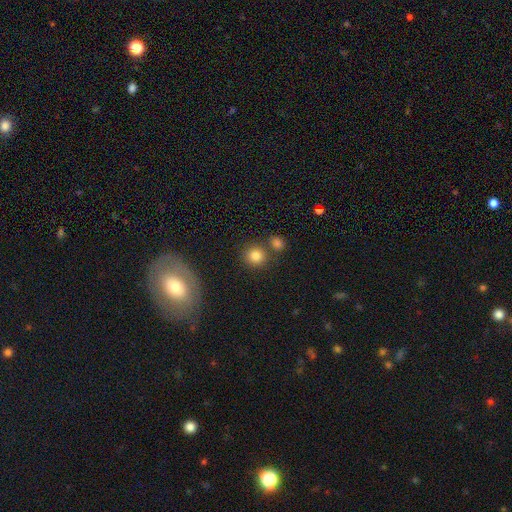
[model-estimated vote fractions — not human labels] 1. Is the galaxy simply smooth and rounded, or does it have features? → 82% smooth, 12% star or artifact, 7% featured or disk.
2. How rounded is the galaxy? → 87% round, 12% in between, 1% cigar-shaped.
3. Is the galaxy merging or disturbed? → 71% none, 16% merger, 9% minor disturbance, 4% major disturbance.